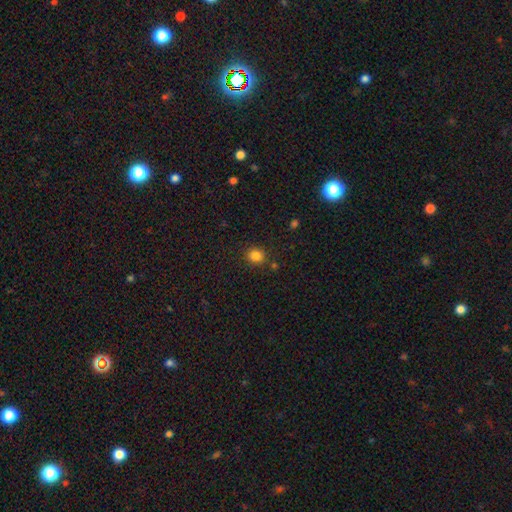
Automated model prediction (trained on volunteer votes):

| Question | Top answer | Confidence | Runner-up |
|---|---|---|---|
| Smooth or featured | smooth | 83% | star or artifact (12%) |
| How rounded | round | 78% | in between (21%) |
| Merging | none | 85% | minor disturbance (9%) |